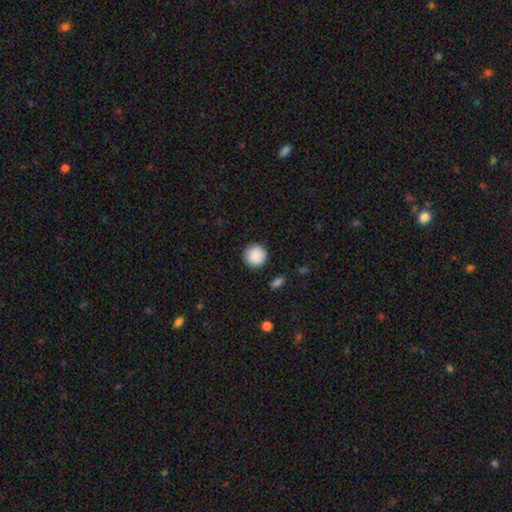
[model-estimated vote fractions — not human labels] A smooth galaxy with no disk features (90%) that is round (95%).

Vote fractions:
- Smooth or featured? smooth: 90% / star or artifact: 7% / featured or disk: 3%
- How rounded? round: 95% / in between: 4% / cigar-shaped: 1%
- Merging? none: 91% / minor disturbance: 6% / major disturbance: 2% / merger: 1%